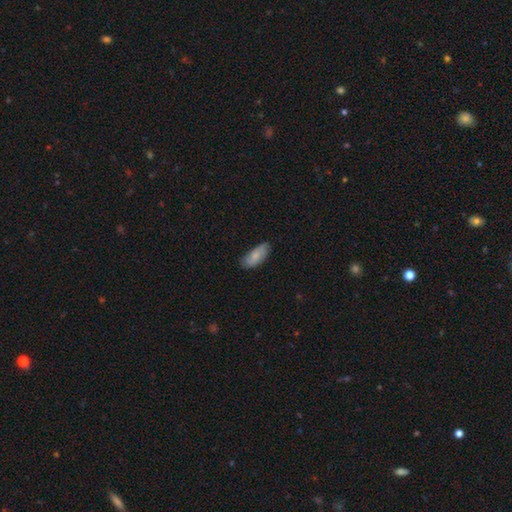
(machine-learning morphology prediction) This is likely a smooth galaxy (75%). How rounded: clearly in between (85%). Merging: likely none (77%).